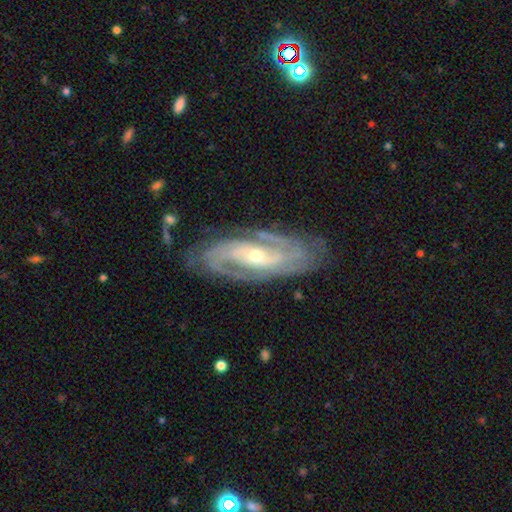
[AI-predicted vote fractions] The model was most divided on "bar": no: 47%, weak: 32%, strong: 21%. More confident: spiral arms — yes (96%); edge-on disk — no (92%); smooth or featured — featured or disk (89%); merging — none (79%); spiral winding — tight (64%); bulge size — small (59%); spiral arm count — 2 (55%).